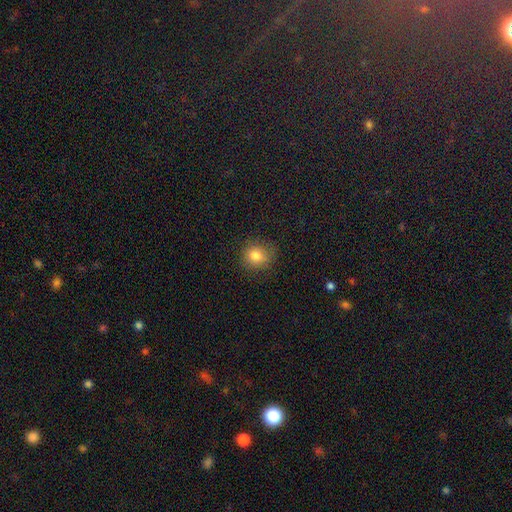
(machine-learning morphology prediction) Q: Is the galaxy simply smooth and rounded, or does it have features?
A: smooth — 81%.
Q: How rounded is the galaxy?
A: round — 79%.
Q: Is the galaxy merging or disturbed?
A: none — 83%.